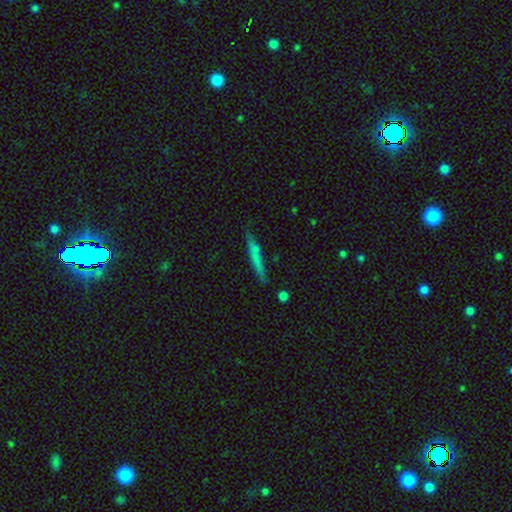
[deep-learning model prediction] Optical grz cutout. It shows a smooth galaxy with no disk features (63%) that is cigar-shaped (94%). Merging: none (82%).